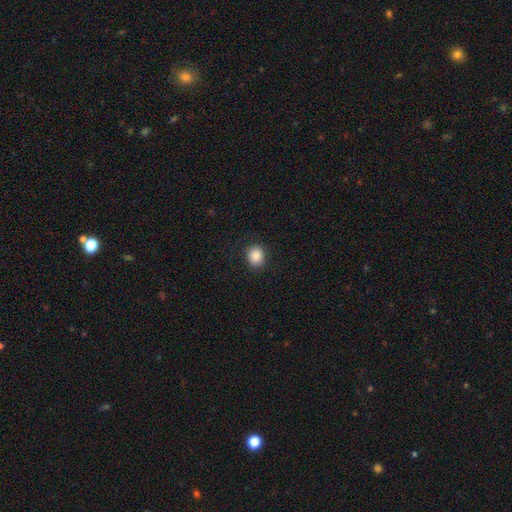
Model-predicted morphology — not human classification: This appears to be a smooth galaxy with no disk features (86%) that is round (72%). Merging: none (89%).